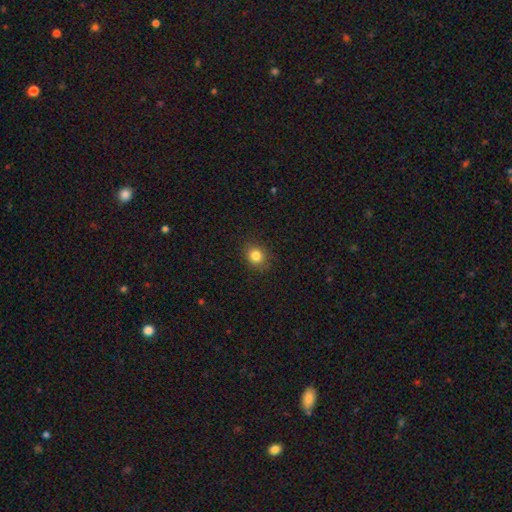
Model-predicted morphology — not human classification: type=smooth (83%); roundness=round (67%); merging=none (88%).